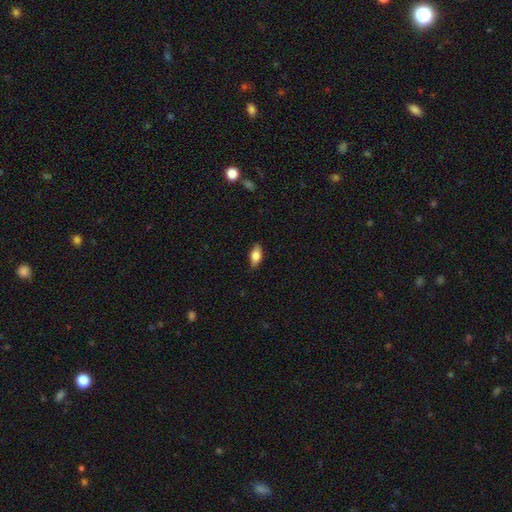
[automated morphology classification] type=smooth (75%); roundness=in between (83%); merging=none (84%).